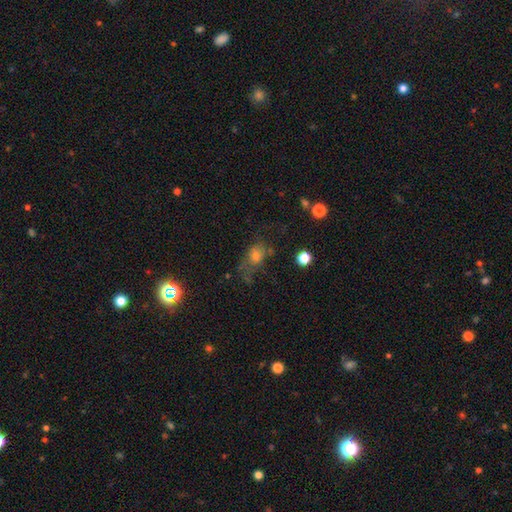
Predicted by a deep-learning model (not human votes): A smooth galaxy with no disk features (56%) that is in between round and cigar-shaped (60%).

Vote fractions:
- Smooth or featured? smooth: 56% / featured or disk: 23% / star or artifact: 21%
- How rounded? in between: 60% / round: 37% / cigar-shaped: 3%
- Merging? none: 44% / major disturbance: 26% / minor disturbance: 25% / merger: 5%